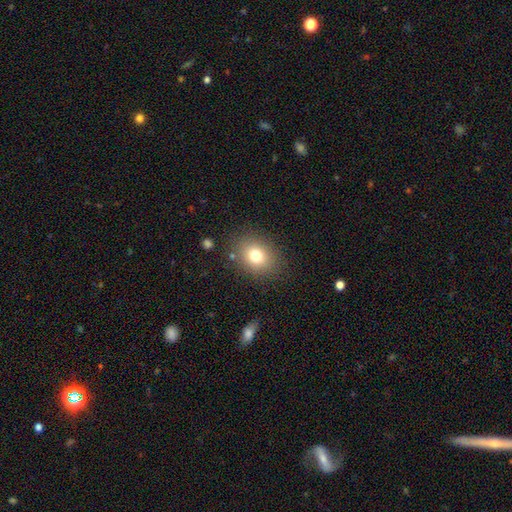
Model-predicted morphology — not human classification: type=smooth (76%); roundness=round (50%); merging=none (84%).